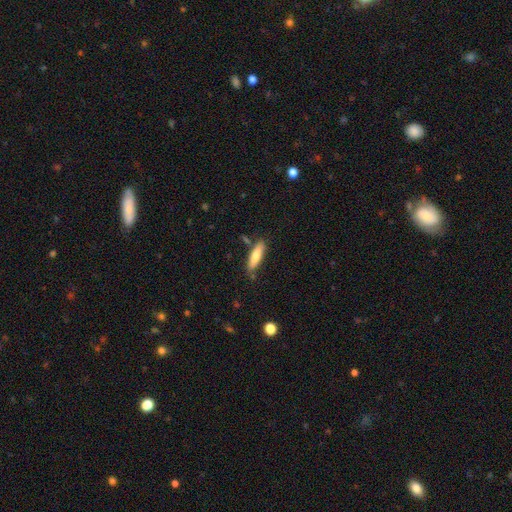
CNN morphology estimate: smooth_or_featured: smooth (p=0.72) [alt: featured or disk p=0.22]
how_rounded: cigar-shaped (p=0.70) [alt: in between p=0.28]
merging: none (p=0.79) [alt: minor disturbance p=0.13]